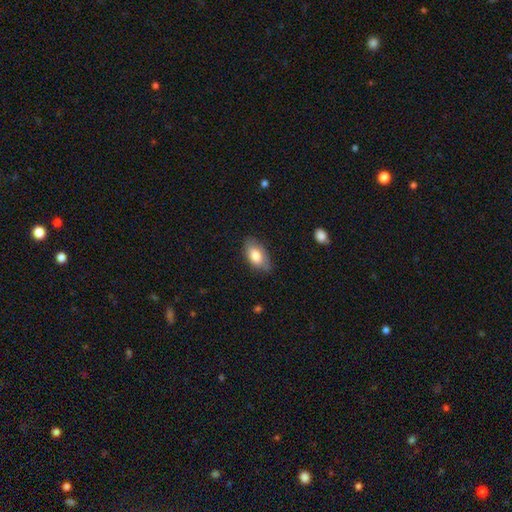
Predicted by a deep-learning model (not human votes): This appears to be a smooth galaxy with no disk features (79%) that is in between round and cigar-shaped (92%). Merging: none (75%).